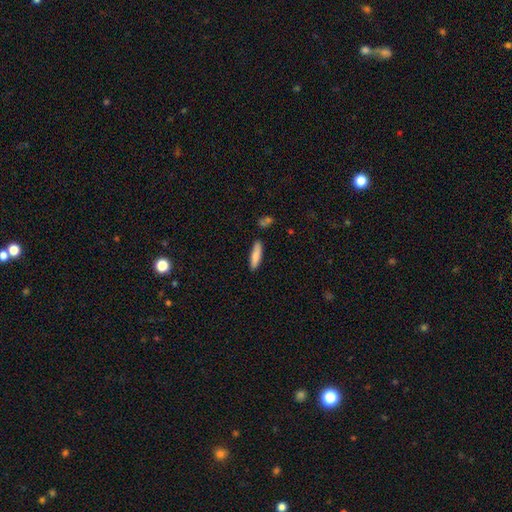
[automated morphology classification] Smooth or featured: smooth — 83% (featured or disk — 11%)
How rounded: cigar-shaped — 76% (in between — 22%)
Merging: none — 83% (minor disturbance — 11%)